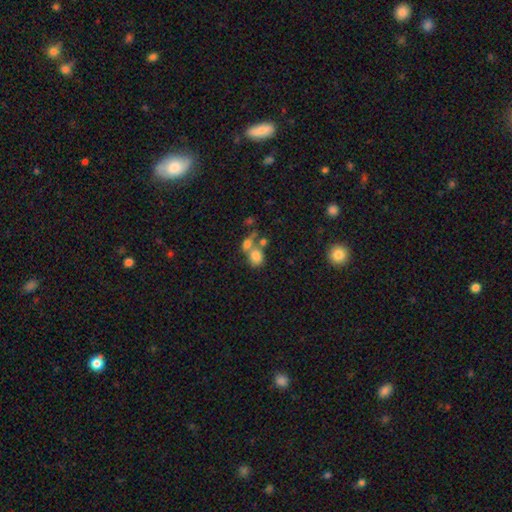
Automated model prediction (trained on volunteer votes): A smooth galaxy with no disk features (75%) that is round (57%). Merging: merger (51%).